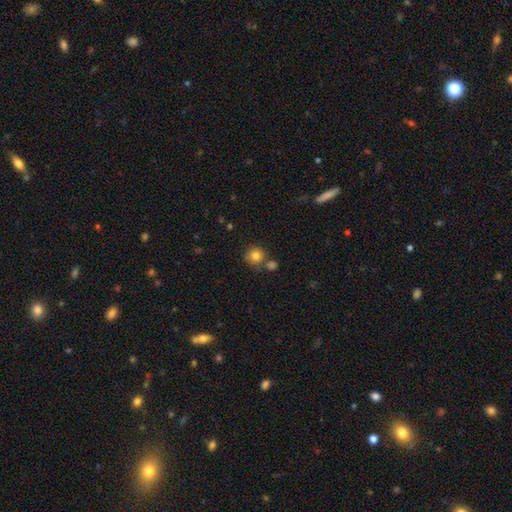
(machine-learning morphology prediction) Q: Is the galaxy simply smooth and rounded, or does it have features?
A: smooth — 81%.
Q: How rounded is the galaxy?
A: round — 90%.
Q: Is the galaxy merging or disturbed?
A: none — 67%.